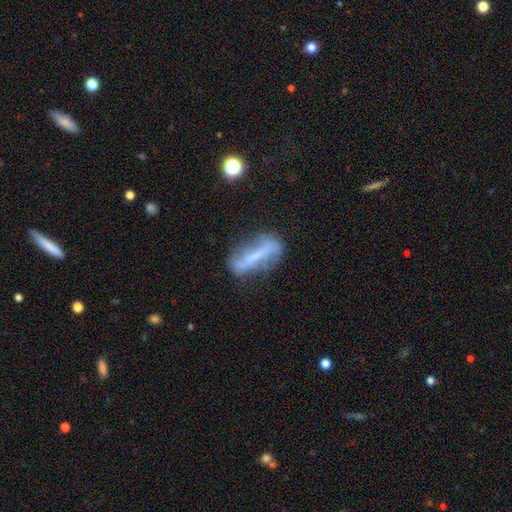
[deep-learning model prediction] A featured or disk galaxy (60%).

Vote fractions:
- Smooth or featured? featured or disk: 60% / smooth: 30% / star or artifact: 10%
- Edge-on disk? no: 73% / yes: 27%
- Merging? none: 63% / minor disturbance: 22% / major disturbance: 11% / merger: 4%